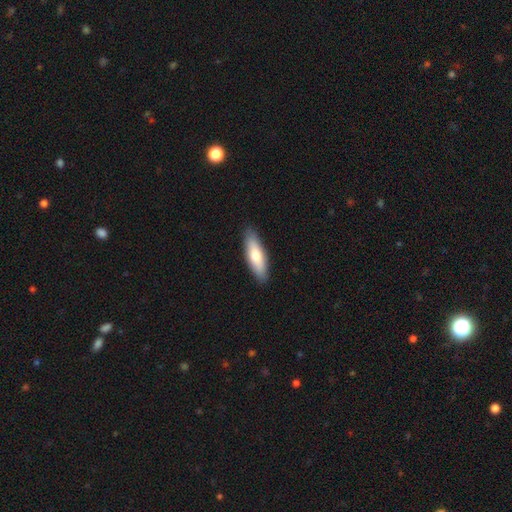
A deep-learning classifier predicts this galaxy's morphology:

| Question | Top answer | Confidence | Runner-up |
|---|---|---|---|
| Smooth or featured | smooth | 73% | featured or disk (22%) |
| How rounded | cigar-shaped | 57% | in between (42%) |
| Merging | none | 89% | minor disturbance (8%) |